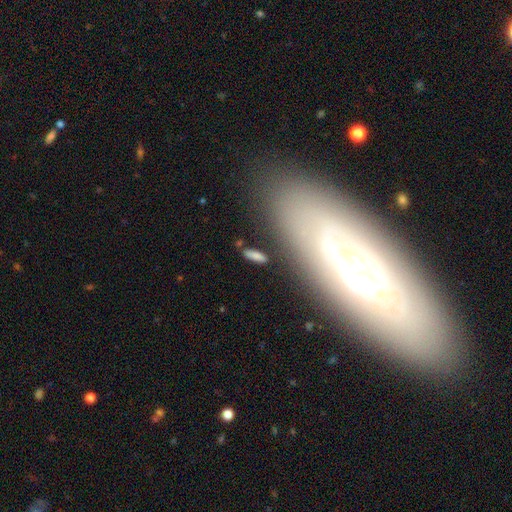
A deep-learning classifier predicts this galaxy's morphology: smooth-or-featured: smooth: 79% | featured or disk: 11% | star or artifact: 10%
  how-rounded: in between: 54% | cigar-shaped: 42% | round: 4%
  merging: none: 82% | minor disturbance: 11% | merger: 4% | major disturbance: 4%